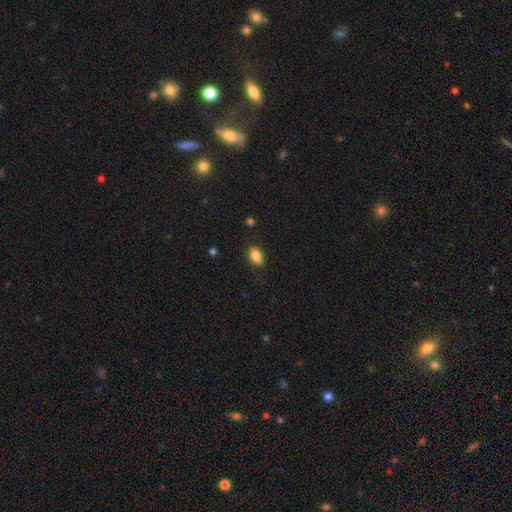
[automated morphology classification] Smooth or featured?
  - smooth: 83% *
  - featured or disk: 9%
  - star or artifact: 8%
How rounded?
  - in between: 89% *
  - round: 7%
  - cigar-shaped: 4%
Merging?
  - none: 83% *
  - minor disturbance: 14%
  - major disturbance: 3%
  - merger: 1%